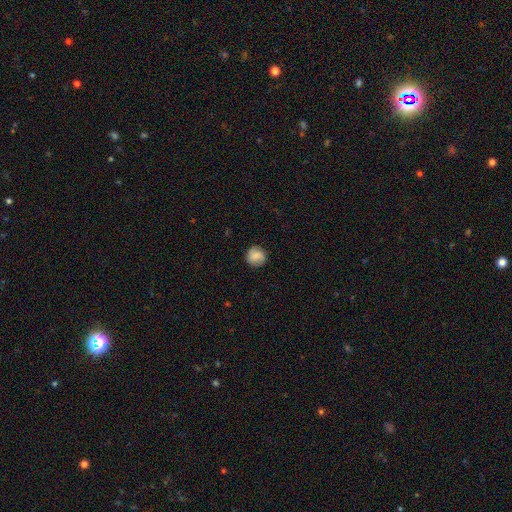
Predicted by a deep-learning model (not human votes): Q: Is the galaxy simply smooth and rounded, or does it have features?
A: smooth — 82%.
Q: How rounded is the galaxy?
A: round — 91%.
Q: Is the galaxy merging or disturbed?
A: none — 86%.